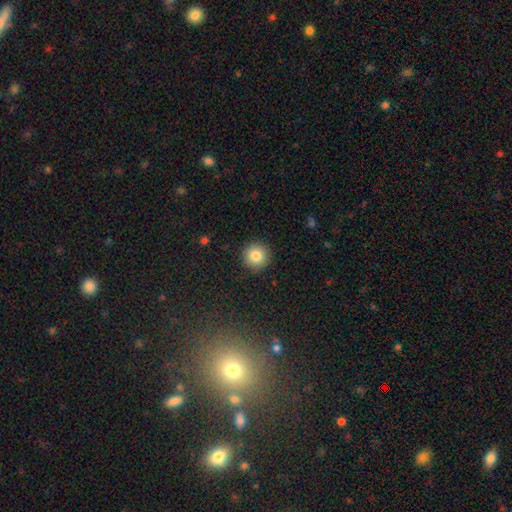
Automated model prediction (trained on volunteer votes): smooth 84%, star or artifact 10%, featured or disk 6%. Down the decision tree: how rounded — round (95%); merging — none (92%).